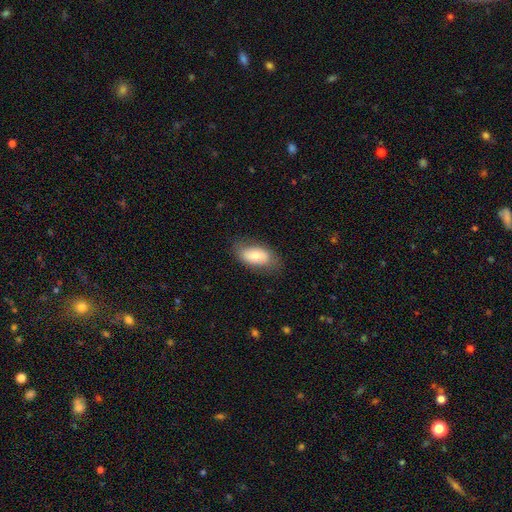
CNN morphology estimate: The model was most divided on "smooth or featured": smooth: 69%, featured or disk: 25%, star or artifact: 7%. More confident: how rounded — in between (92%); merging — none (71%).